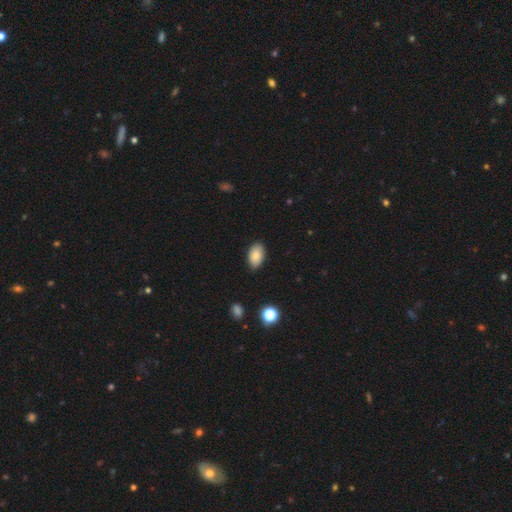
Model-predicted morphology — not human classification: Overall: smooth (86%). How rounded: in between (93%). Merging: none (85%).